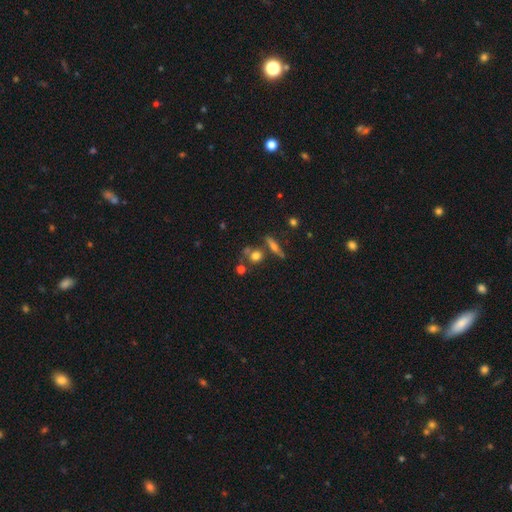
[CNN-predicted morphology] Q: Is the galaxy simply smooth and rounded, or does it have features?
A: smooth — 65%.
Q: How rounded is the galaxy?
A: round — 78%.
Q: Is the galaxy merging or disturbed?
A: none — 62%.